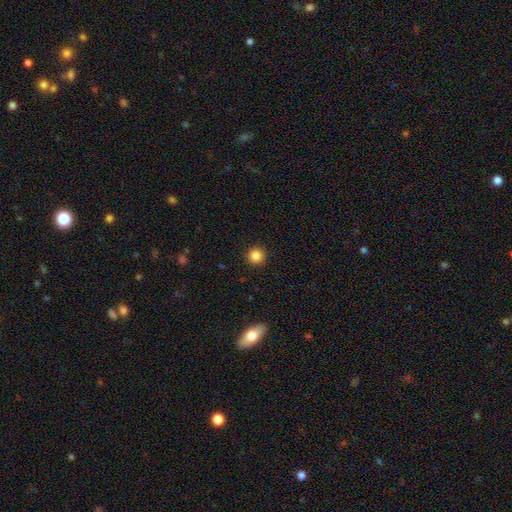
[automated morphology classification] This is clearly a smooth galaxy (85%). How rounded: clearly round (95%). Merging: clearly none (93%).